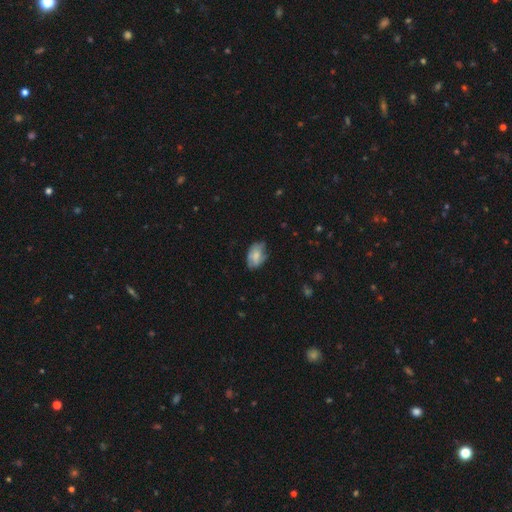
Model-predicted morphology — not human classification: Overall: smooth (64%; featured or disk 29%). How rounded: in between (88%). Merging: none (60%; minor disturbance 30%).